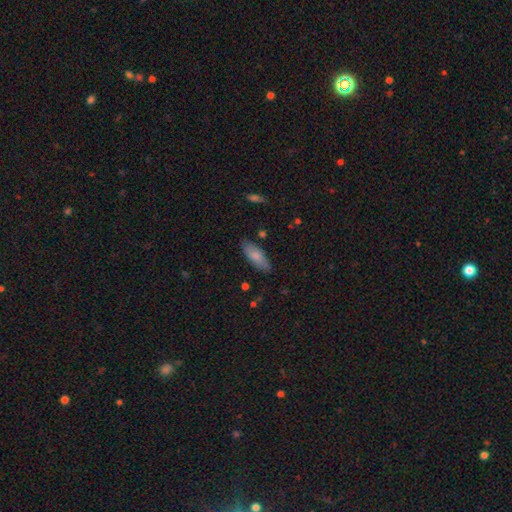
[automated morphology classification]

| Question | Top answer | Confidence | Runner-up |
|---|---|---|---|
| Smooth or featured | smooth | 81% | featured or disk (13%) |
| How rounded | in between | 74% | cigar-shaped (24%) |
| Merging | none | 84% | minor disturbance (12%) |